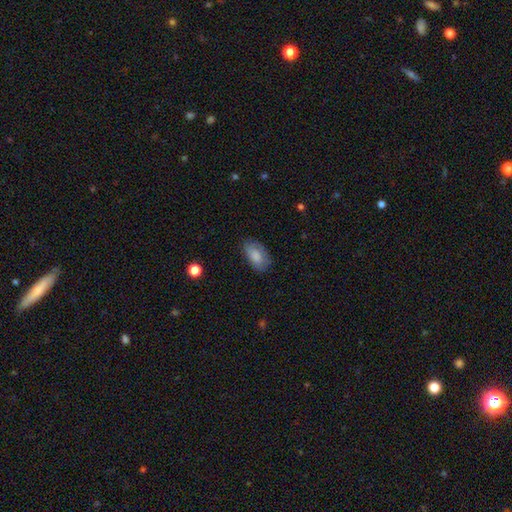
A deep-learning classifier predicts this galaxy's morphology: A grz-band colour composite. It shows a smooth galaxy with no disk features (83%) that is in between round and cigar-shaped (93%). Merging: none (73%).